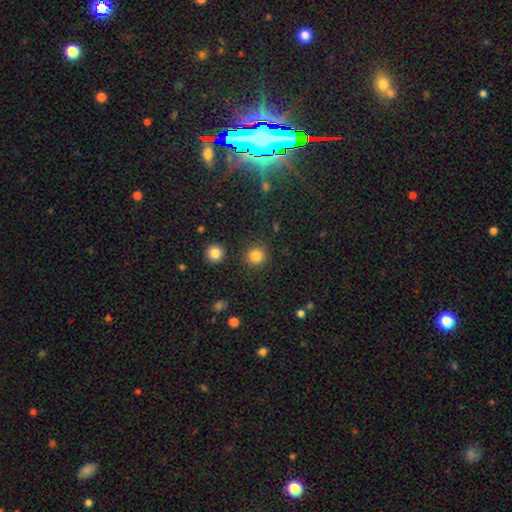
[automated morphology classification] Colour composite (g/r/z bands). It shows a smooth galaxy with no disk features (84%) that is round (93%). Merging: none (89%).